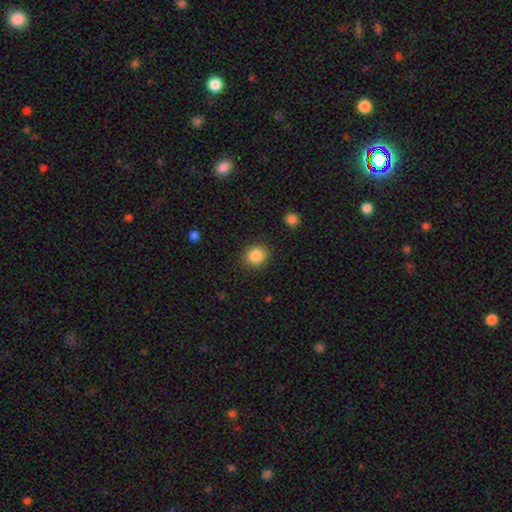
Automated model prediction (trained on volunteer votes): This appears to be a smooth galaxy with no disk features (86%) that is round (81%). Merging: none (88%).